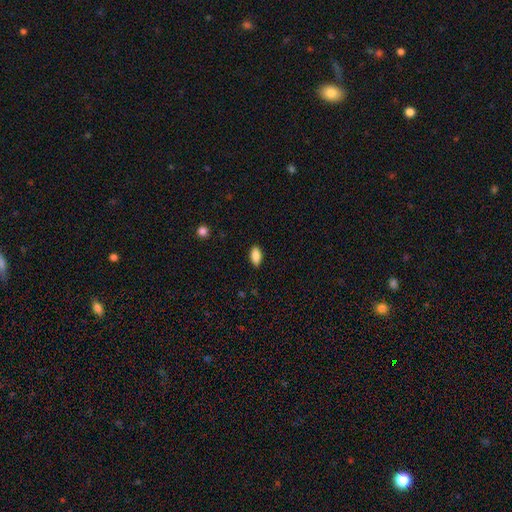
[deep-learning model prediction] smooth_or_featured: smooth (p=0.88) [alt: star or artifact p=0.07]
how_rounded: in between (p=0.90) [alt: cigar-shaped p=0.08]
merging: none (p=0.87) [alt: minor disturbance p=0.09]